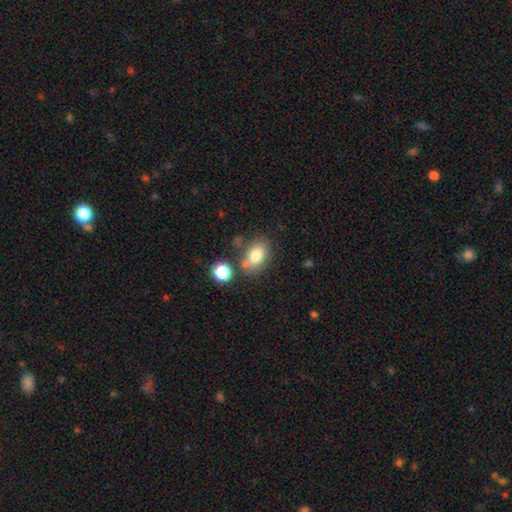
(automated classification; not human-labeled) Smooth or featured? Predicted: smooth (p=0.79). How rounded? Predicted: in between (p=0.80). Merging? Predicted: none (p=0.64).